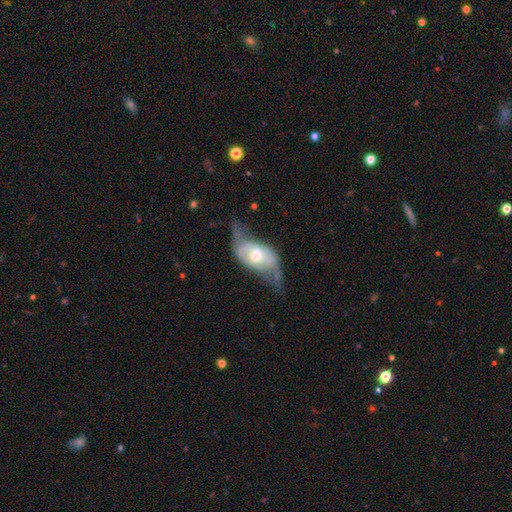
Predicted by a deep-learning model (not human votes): Morphology: type=featured or disk (63%); edge-on=no (86%); bar=no (56%); spiral arms=yes (55%); bulge=moderate (63%); merging=none (34%).